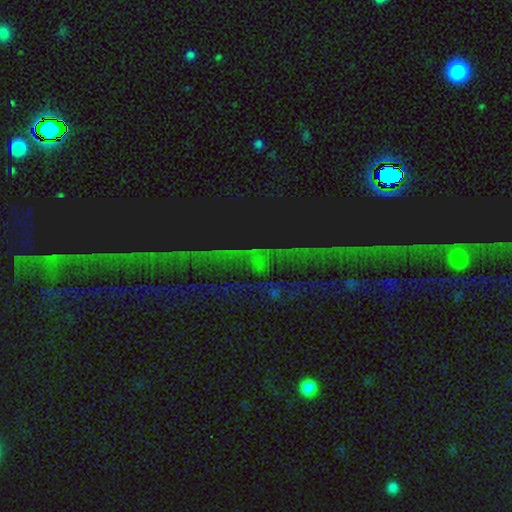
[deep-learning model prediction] Morphology: type=star or artifact (80%).